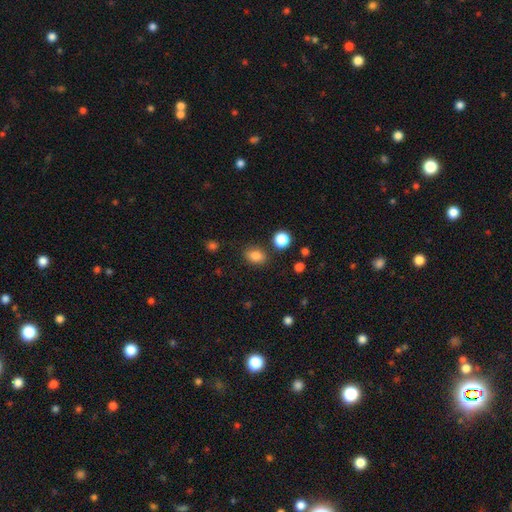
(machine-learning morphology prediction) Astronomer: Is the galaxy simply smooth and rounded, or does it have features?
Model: smooth — 83%.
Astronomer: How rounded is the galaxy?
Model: in between — 64%.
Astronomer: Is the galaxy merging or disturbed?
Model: none — 81%.